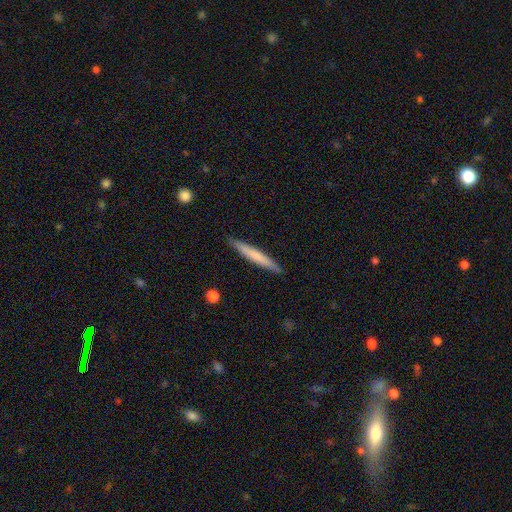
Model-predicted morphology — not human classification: This appears to be a smooth galaxy with no disk features (65%) that is cigar-shaped (96%). Merging: none (90%).